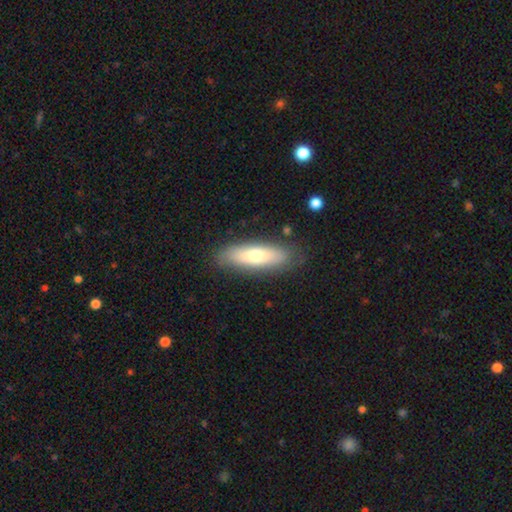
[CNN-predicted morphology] A smooth galaxy with no disk features (64%) that is cigar-shaped (49%, tied with in between). Merging: none (84%).